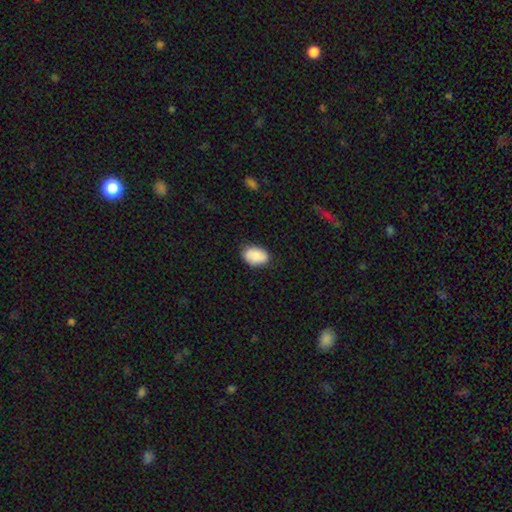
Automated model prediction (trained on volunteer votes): Overall: smooth (85%). How rounded: in between (87%). Merging: none (79%).